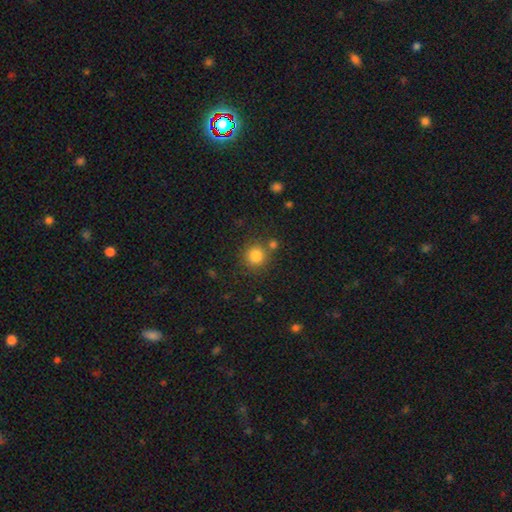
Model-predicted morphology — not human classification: type=smooth (82%); roundness=round (91%); merging=none (75%).